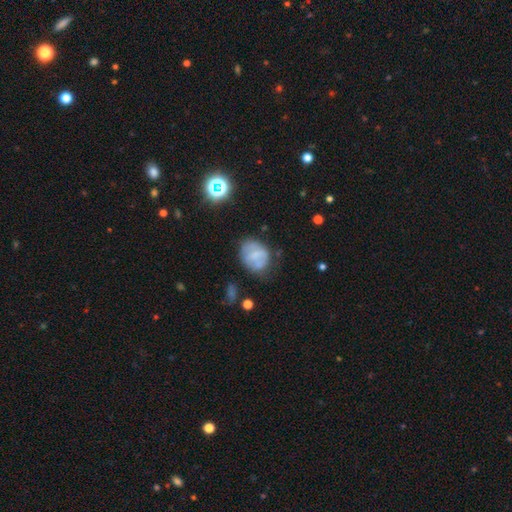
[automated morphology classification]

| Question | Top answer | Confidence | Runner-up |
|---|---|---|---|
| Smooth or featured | smooth | 60% | featured or disk (29%) |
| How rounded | in between | 50% | round (49%) |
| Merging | none | 56% | minor disturbance (27%) |